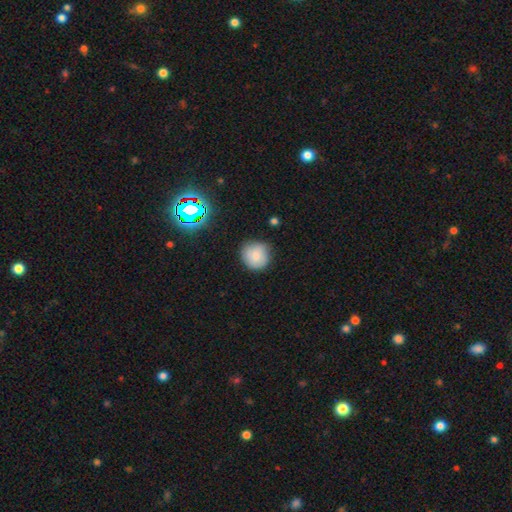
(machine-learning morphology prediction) Smooth or featured? smooth (77%)
How rounded? round (91%)
Merging? none (78%)